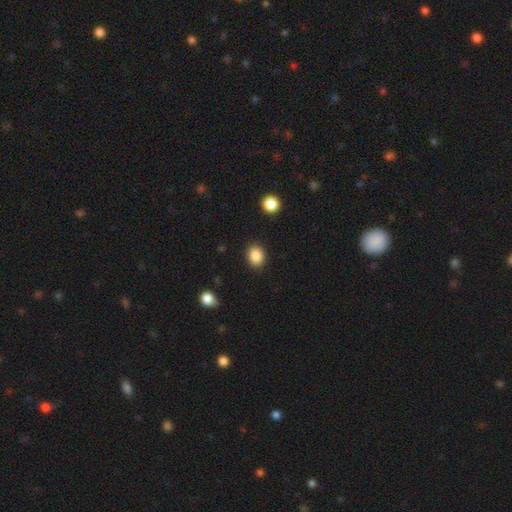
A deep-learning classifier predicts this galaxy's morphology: smooth-or-featured: smooth: 87% | star or artifact: 9% | featured or disk: 4%
  how-rounded: round: 54% | in between: 45% | cigar-shaped: 1%
  merging: none: 89% | minor disturbance: 8% | major disturbance: 2% | merger: 1%